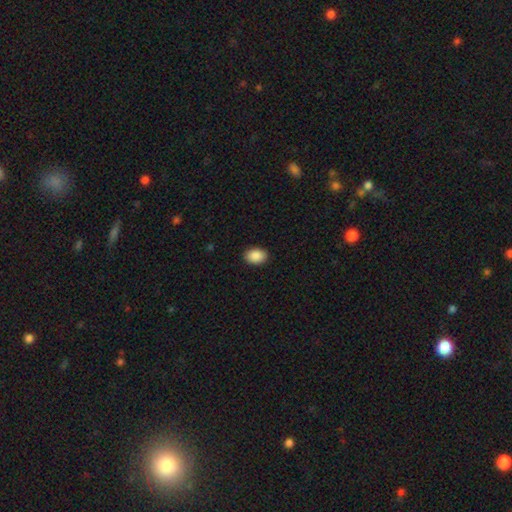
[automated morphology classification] smooth-or-featured: smooth: 90% | star or artifact: 7% | featured or disk: 3%
  how-rounded: in between: 80% | round: 19% | cigar-shaped: 1%
  merging: none: 91% | minor disturbance: 7% | major disturbance: 2% | merger: 1%